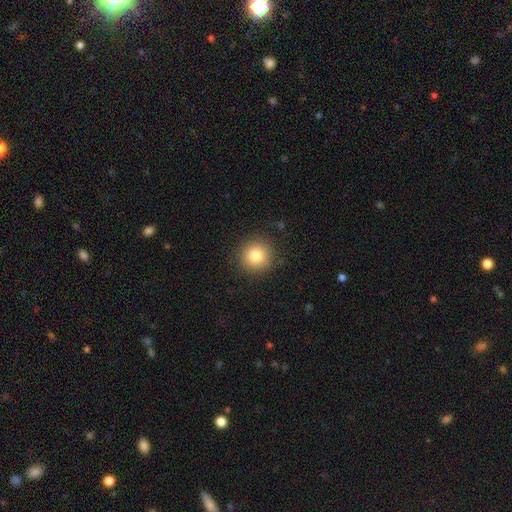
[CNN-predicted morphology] Smooth or featured?
  - smooth: 82% *
  - star or artifact: 10%
  - featured or disk: 7%
How rounded?
  - round: 93% *
  - in between: 6%
  - cigar-shaped: 1%
Merging?
  - none: 89% *
  - minor disturbance: 8%
  - major disturbance: 3%
  - merger: 1%